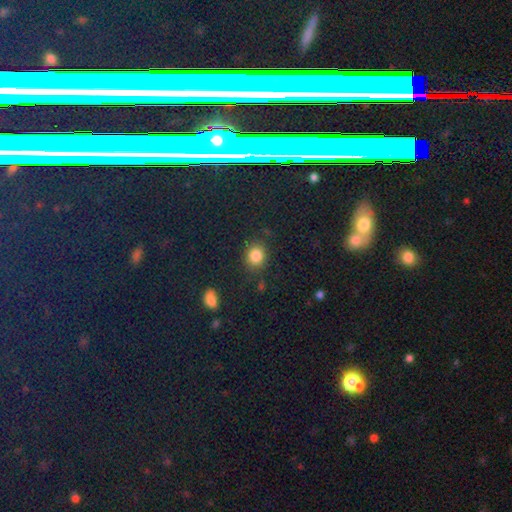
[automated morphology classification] Smooth or featured?
  - smooth: 83% *
  - star or artifact: 11%
  - featured or disk: 5%
How rounded?
  - round: 75% *
  - in between: 24%
  - cigar-shaped: 1%
Merging?
  - none: 83% *
  - minor disturbance: 10%
  - major disturbance: 4%
  - merger: 3%